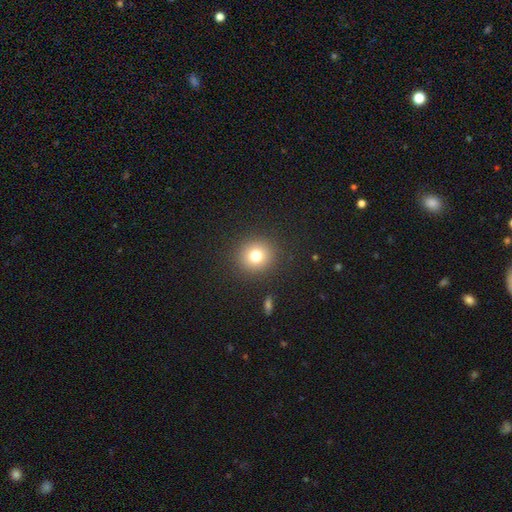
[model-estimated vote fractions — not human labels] smooth_or_featured: smooth (p=0.77) [alt: star or artifact p=0.13]
how_rounded: round (p=0.90) [alt: in between p=0.09]
merging: none (p=0.90) [alt: minor disturbance p=0.06]